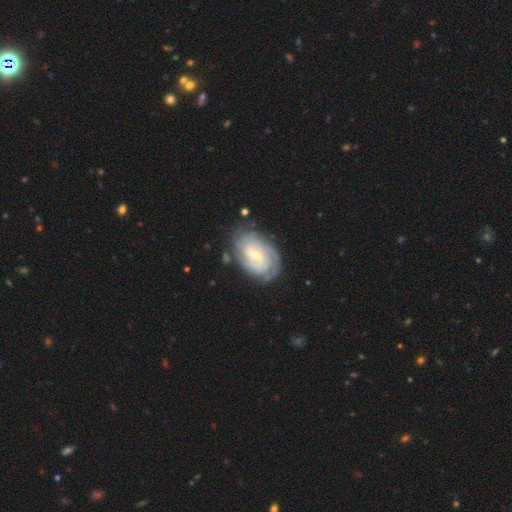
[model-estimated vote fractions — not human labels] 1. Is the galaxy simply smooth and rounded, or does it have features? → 84% featured or disk, 10% smooth, 6% star or artifact.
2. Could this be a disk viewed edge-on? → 97% no, 3% yes.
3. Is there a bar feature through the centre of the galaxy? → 57% weak, 25% no, 18% strong.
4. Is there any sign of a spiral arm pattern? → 95% yes, 5% no.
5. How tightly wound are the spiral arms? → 72% tight, 23% medium, 5% loose.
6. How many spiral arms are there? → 37% can't tell, 21% 2, 17% 3, 15% 4, 6% more than 4, 5% 1.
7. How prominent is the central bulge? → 59% small, 34% moderate, 4% none, 2% large, 1% dominant.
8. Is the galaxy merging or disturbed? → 74% none, 18% minor disturbance, 6% major disturbance, 2% merger.